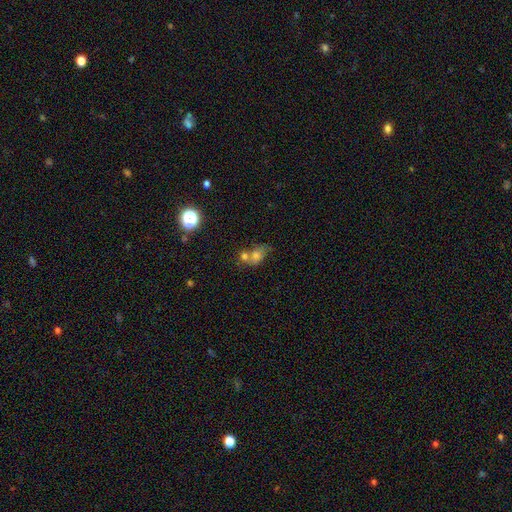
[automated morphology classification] A smooth galaxy with no disk features (65%) that is in between round and cigar-shaped (60%). Merging: merger (51%).